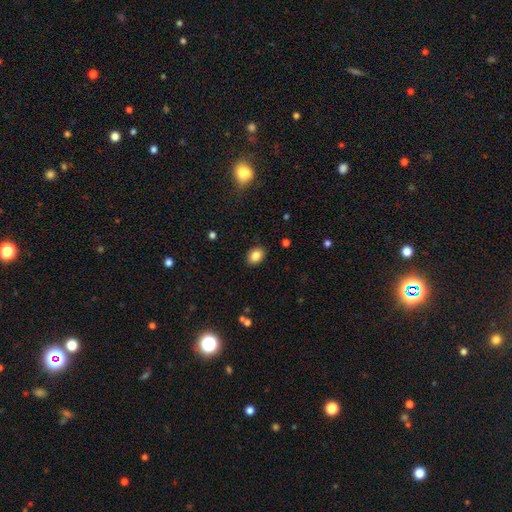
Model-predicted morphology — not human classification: A smooth galaxy with no disk features (84%) that is in between round and cigar-shaped (67%).

Vote fractions:
- Smooth or featured? smooth: 84% / star or artifact: 9% / featured or disk: 7%
- How rounded? in between: 67% / round: 32% / cigar-shaped: 1%
- Merging? none: 88% / minor disturbance: 8% / major disturbance: 2% / merger: 1%